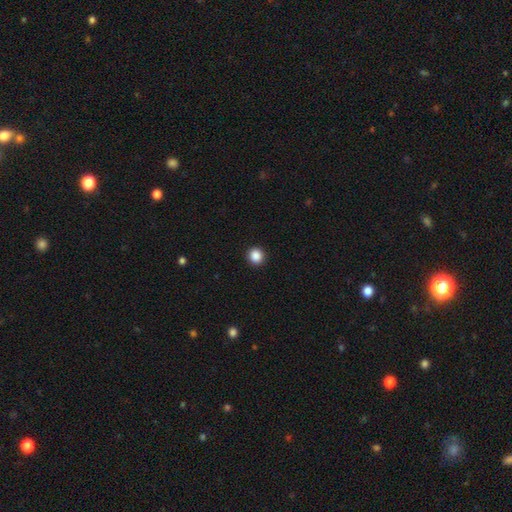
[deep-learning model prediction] This is clearly a smooth galaxy (88%). How rounded: clearly round (92%). Merging: clearly none (93%).